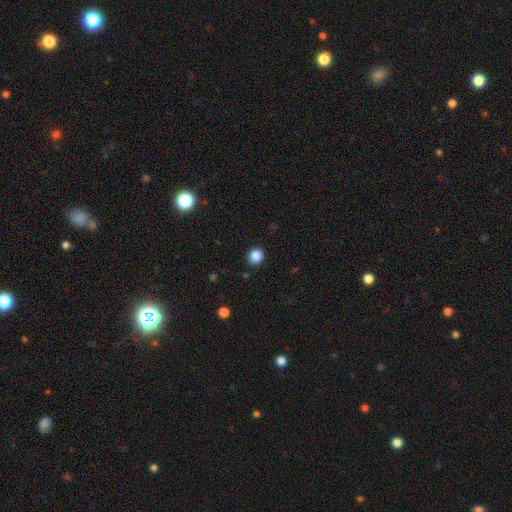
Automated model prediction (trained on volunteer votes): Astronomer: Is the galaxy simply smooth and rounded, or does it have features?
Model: smooth — 86%.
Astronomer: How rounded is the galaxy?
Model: round — 90%.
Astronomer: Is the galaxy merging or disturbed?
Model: none — 91%.